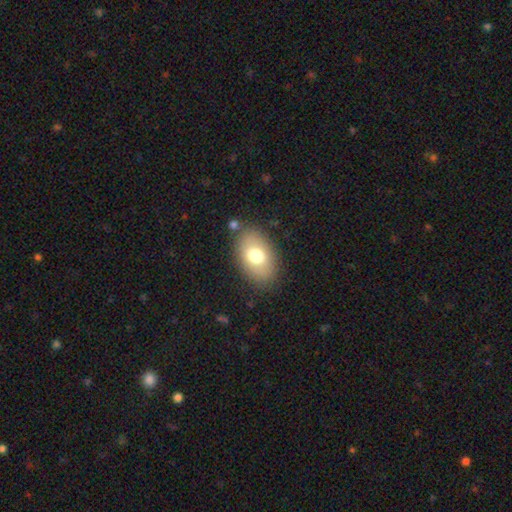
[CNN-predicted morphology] smooth 74%, featured or disk 18%, star or artifact 8%. Down the decision tree: how rounded — in between (89%); merging — none (80%).